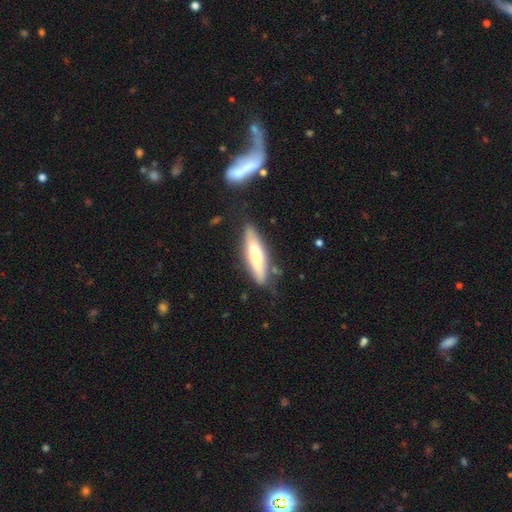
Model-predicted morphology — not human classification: type=smooth (57%); roundness=cigar-shaped (73%); merging=none (76%).